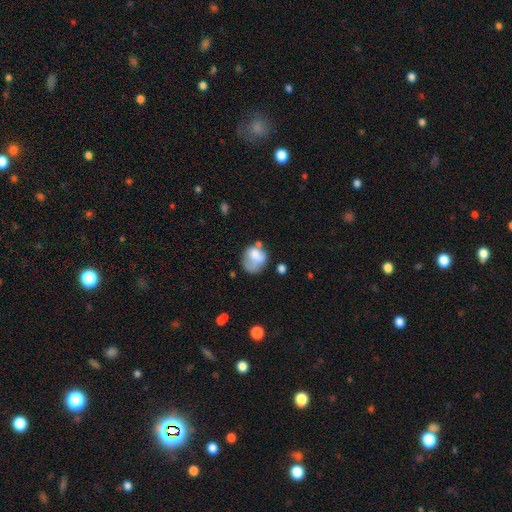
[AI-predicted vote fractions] The model was most divided on "merging": none: 35%, minor disturbance: 28%, major disturbance: 24%, merger: 13%. More confident: smooth or featured — smooth (67%); how rounded — round (57%).